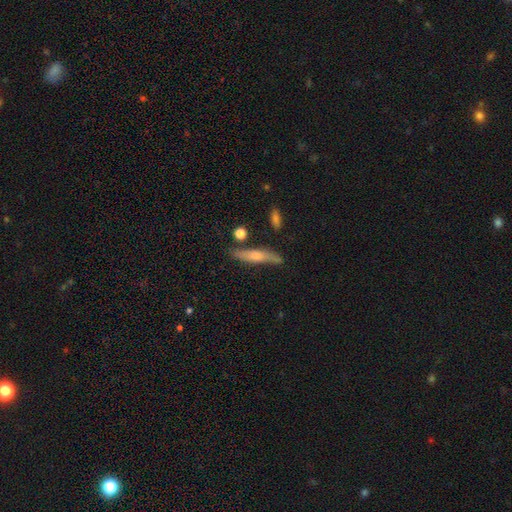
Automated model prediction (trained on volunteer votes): This appears to be a featured or disk galaxy (51%) viewed edge-on (87%). Merging: none (76%).